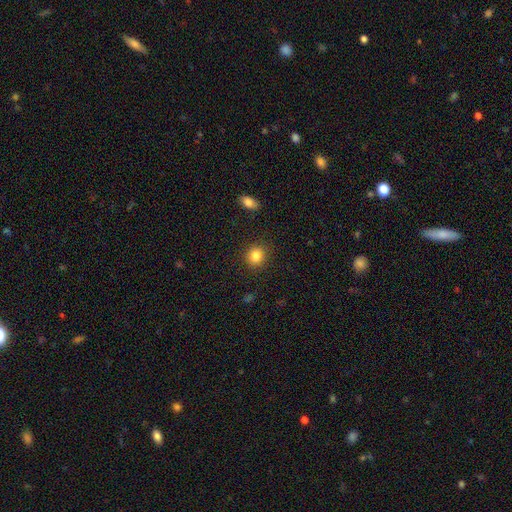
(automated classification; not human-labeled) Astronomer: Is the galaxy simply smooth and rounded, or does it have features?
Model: smooth — 85%.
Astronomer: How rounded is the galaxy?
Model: round — 80%.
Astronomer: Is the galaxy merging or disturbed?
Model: none — 89%.